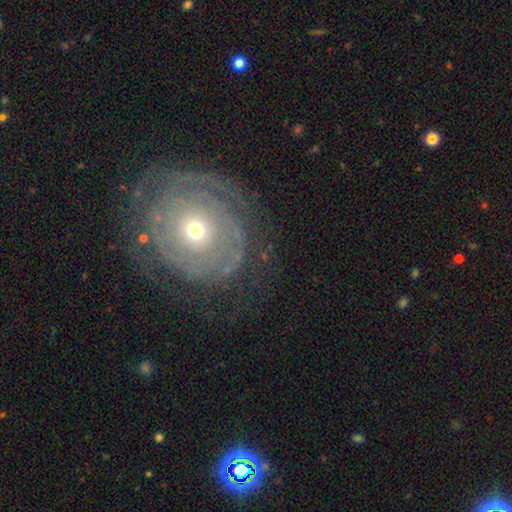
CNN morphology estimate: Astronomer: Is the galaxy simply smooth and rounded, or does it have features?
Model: featured or disk — 75%.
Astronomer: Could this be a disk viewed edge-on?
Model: no — 96%.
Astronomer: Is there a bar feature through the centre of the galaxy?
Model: no — 85%.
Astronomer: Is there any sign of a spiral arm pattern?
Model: yes — 80%.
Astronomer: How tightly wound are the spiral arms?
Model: tight — 79%.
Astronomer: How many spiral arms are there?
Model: can't tell — 48%.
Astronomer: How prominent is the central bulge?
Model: small — 52% (runner-up: moderate, 44%).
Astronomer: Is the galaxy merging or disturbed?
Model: none — 72%.